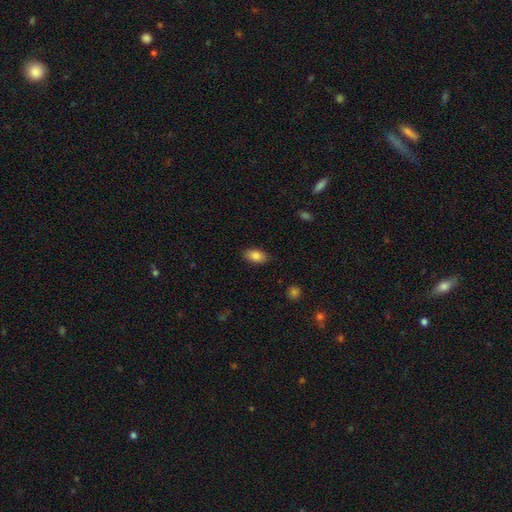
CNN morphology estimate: Smooth or featured? Predicted: smooth (p=0.85). How rounded? Predicted: in between (p=0.91). Merging? Predicted: none (p=0.87).